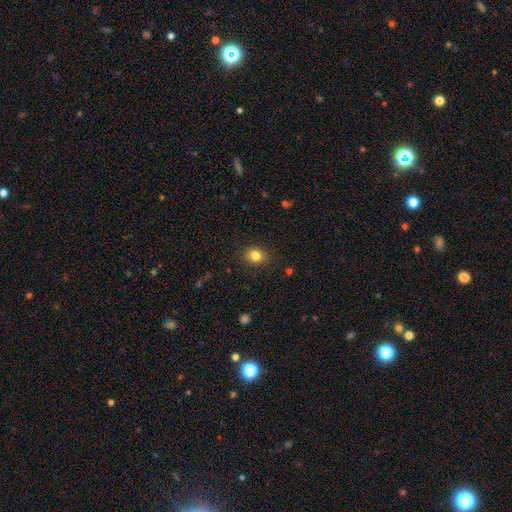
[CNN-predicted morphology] smooth_or_featured: smooth (p=0.81) [alt: star or artifact p=0.11]
how_rounded: round (p=0.50) [alt: in between p=0.49]
merging: none (p=0.86) [alt: minor disturbance p=0.11]